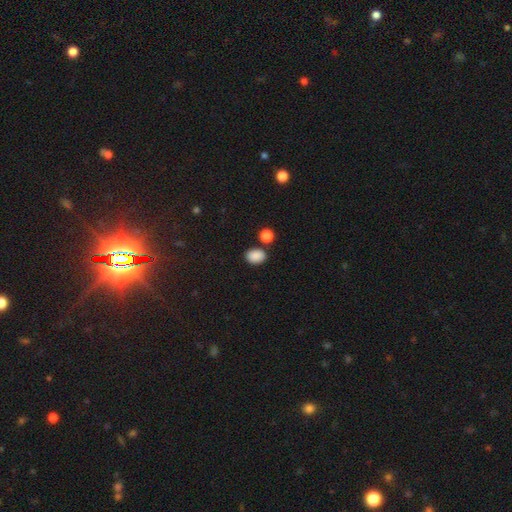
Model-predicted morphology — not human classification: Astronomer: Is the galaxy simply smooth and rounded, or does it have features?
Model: smooth — 88%.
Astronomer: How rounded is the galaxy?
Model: in between — 72%.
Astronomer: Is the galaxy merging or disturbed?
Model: none — 78%.